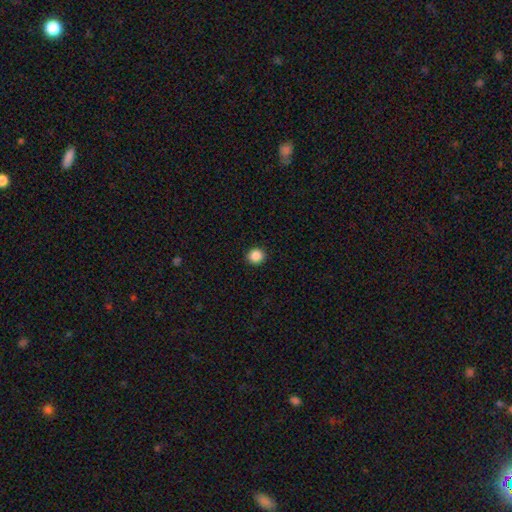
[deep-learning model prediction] Smooth or featured? Predicted: smooth (p=0.87). How rounded? Predicted: round (p=0.92). Merging? Predicted: none (p=0.92).